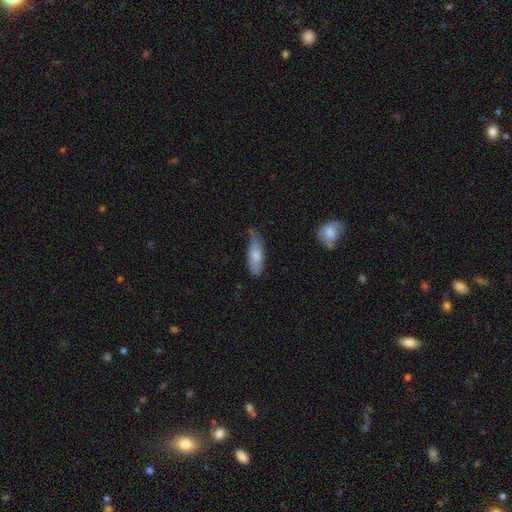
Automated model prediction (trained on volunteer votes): Morphology: type=smooth (76%); roundness=in between (59%); merging=none (54%).